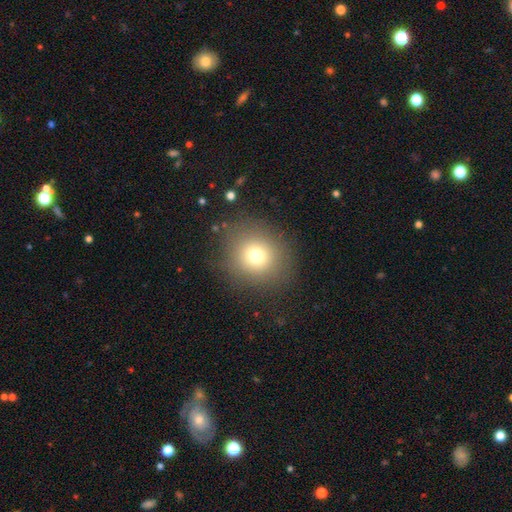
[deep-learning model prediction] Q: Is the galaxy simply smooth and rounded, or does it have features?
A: smooth — 72%.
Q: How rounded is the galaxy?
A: round — 84%.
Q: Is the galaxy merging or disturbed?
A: none — 84%.